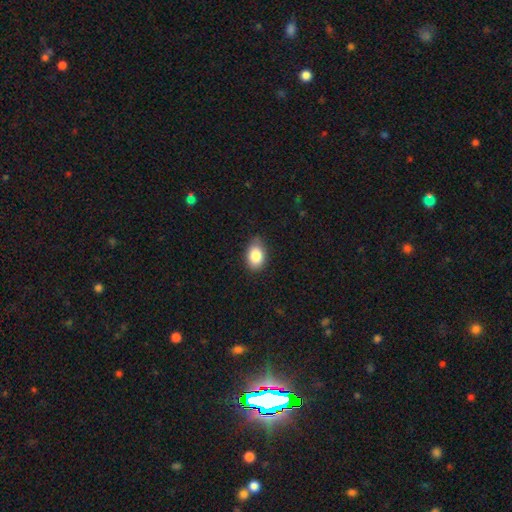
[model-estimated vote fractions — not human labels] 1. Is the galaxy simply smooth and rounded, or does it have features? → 84% smooth, 8% star or artifact, 8% featured or disk.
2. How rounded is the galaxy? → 85% in between, 14% round, 1% cigar-shaped.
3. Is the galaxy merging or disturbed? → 79% none, 18% minor disturbance, 3% major disturbance, 1% merger.